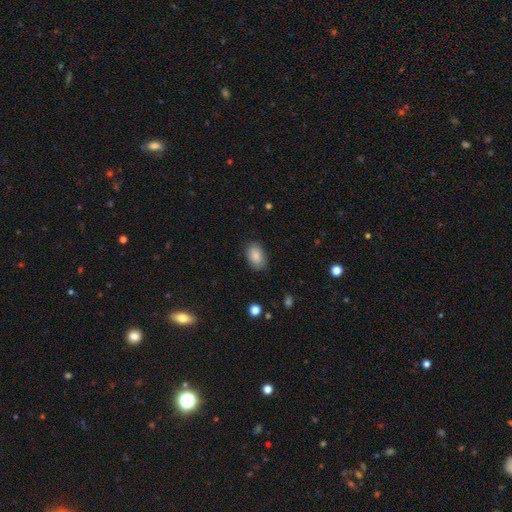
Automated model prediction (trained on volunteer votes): Smooth or featured: smooth — 84% (featured or disk — 8%)
How rounded: in between — 89% (round — 9%)
Merging: none — 81% (minor disturbance — 14%)